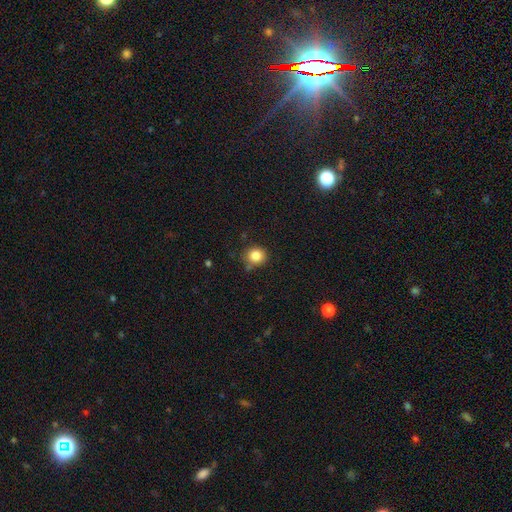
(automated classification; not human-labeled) A smooth galaxy with no disk features (85%) that is round (85%). Merging: none (78%).